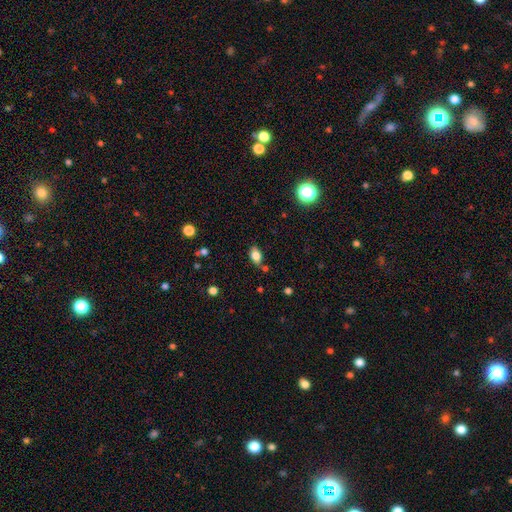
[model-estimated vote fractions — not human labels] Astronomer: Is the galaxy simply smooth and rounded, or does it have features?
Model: smooth — 80%.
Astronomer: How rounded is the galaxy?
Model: in between — 85%.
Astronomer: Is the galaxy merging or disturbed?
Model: none — 73%.